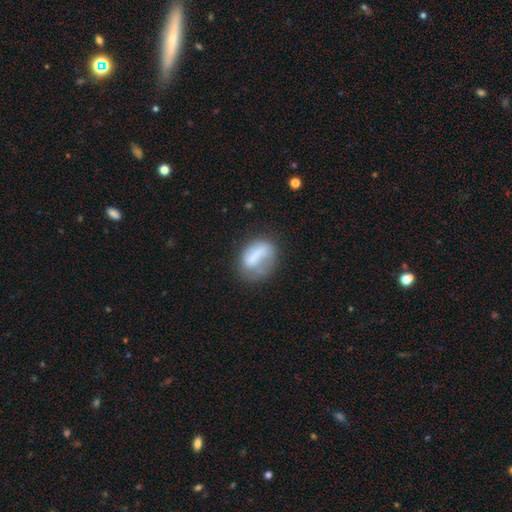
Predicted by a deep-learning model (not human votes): A smooth galaxy with no disk features (63%) that is in between round and cigar-shaped (67%). Merging: none (44%).